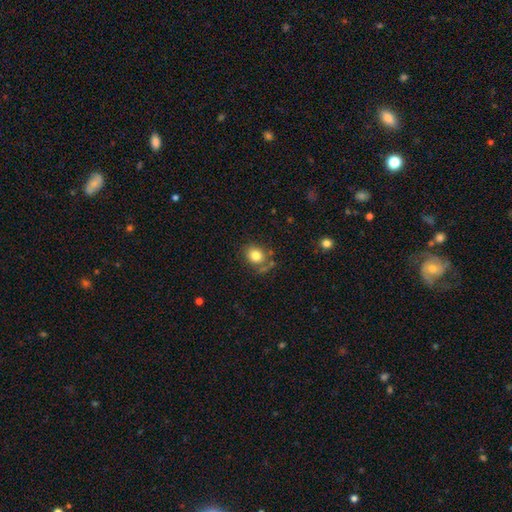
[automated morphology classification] smooth-or-featured: smooth: 80% | star or artifact: 11% | featured or disk: 9%
  how-rounded: round: 63% | in between: 36% | cigar-shaped: 1%
  merging: none: 67% | minor disturbance: 17% | merger: 9% | major disturbance: 7%